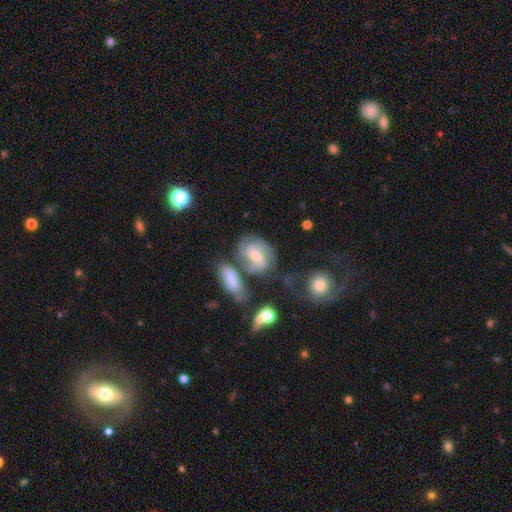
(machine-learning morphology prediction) A featured or disk galaxy (74%) with a weak bar (47%), 2 (58%) medium (48%) spiral arms (92%) and a moderate central bulge (55%). Merging: none (51%).